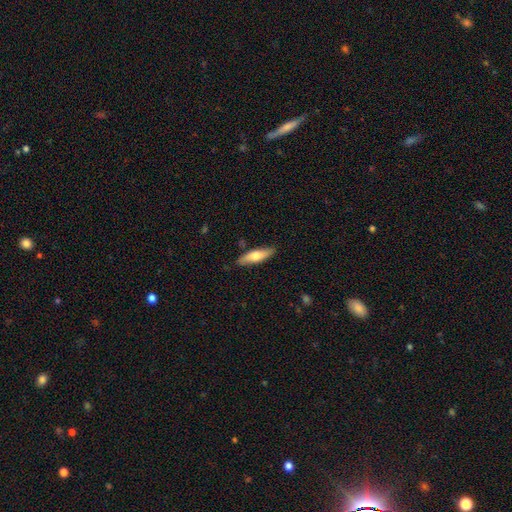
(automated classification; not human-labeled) Q: Smooth or featured?
A: smooth (61%); runner-up: featured or disk (33%)
Q: How rounded?
A: cigar-shaped (61%); runner-up: in between (37%)
Q: Merging?
A: none (86%); runner-up: minor disturbance (10%)